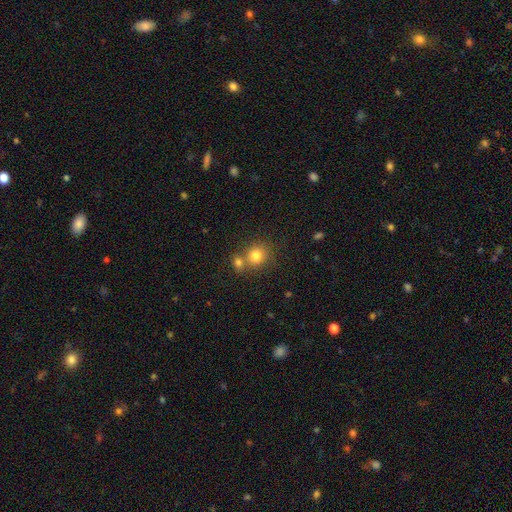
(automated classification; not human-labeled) This is clearly a smooth galaxy (80%). How rounded: clearly round (82%). Merging: possibly none (53%).